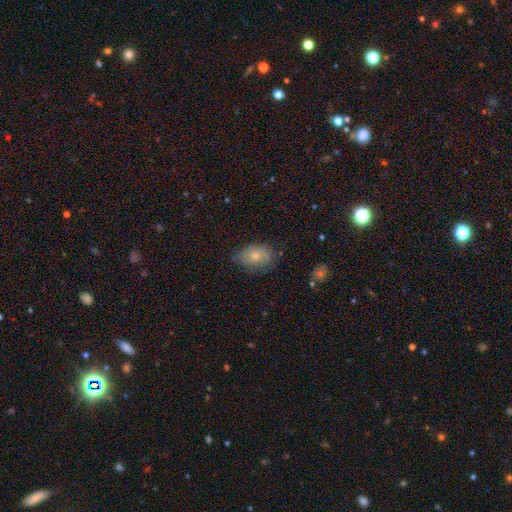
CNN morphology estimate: Smooth or featured?
  - smooth: 66% *
  - featured or disk: 26%
  - star or artifact: 8%
How rounded?
  - in between: 79% *
  - round: 19%
  - cigar-shaped: 1%
Merging?
  - none: 69% *
  - minor disturbance: 23%
  - major disturbance: 6%
  - merger: 1%